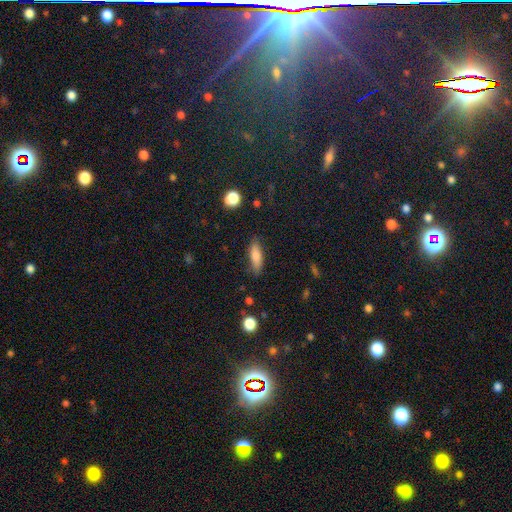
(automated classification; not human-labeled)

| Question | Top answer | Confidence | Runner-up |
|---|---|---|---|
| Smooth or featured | smooth | 78% | featured or disk (15%) |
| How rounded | in between | 49% | tied: cigar-shaped (49%) |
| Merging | none | 84% | minor disturbance (12%) |